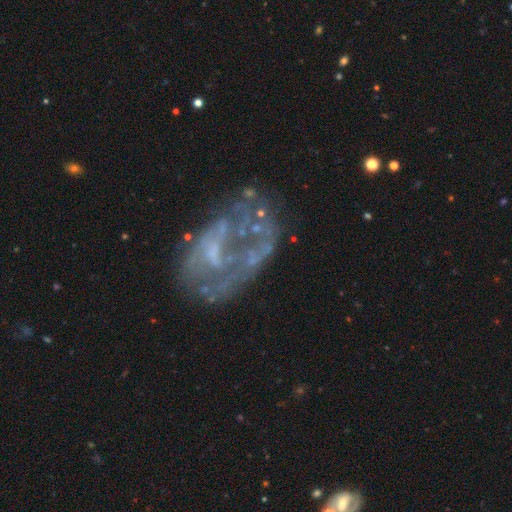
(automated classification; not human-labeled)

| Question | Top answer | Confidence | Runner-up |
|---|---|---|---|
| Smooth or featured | featured or disk | 71% | smooth (17%) |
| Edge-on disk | no | 97% | yes (3%) |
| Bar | no | 68% | weak (25%) |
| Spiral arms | no | 64% | yes (36%) |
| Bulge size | none | 53% | small (29%) |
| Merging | none | 38% | major disturbance (36%) |